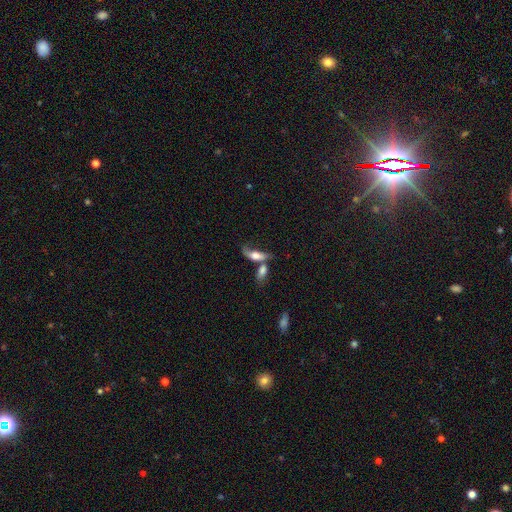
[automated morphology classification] The model was most divided on "smooth or featured": smooth: 54%, featured or disk: 37%, star or artifact: 9%. Remaining: how rounded — in between (67%); merging — merger (47%).